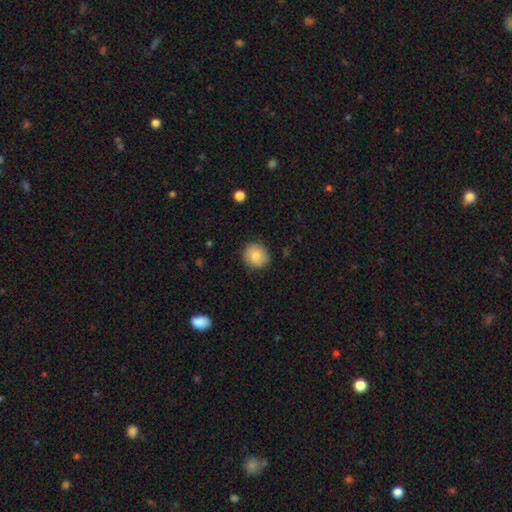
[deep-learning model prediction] smooth-or-featured: smooth: 77% | featured or disk: 15% | star or artifact: 8%
  how-rounded: round: 86% | in between: 13% | cigar-shaped: 1%
  merging: none: 84% | minor disturbance: 12% | major disturbance: 3% | merger: 1%